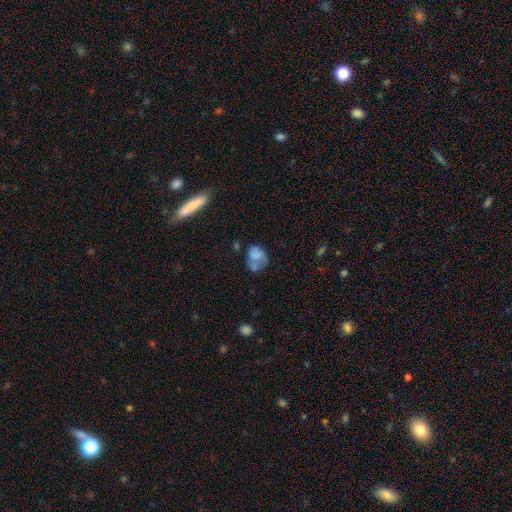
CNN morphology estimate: This is possibly a smooth galaxy (55%). How rounded: possibly in between (54%). Merging: marginally none (35%).